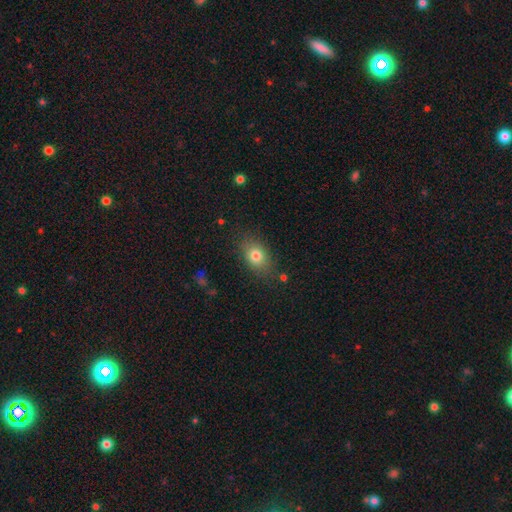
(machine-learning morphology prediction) A smooth galaxy with no disk features (78%) that is in between round and cigar-shaped (70%). Merging: none (80%).